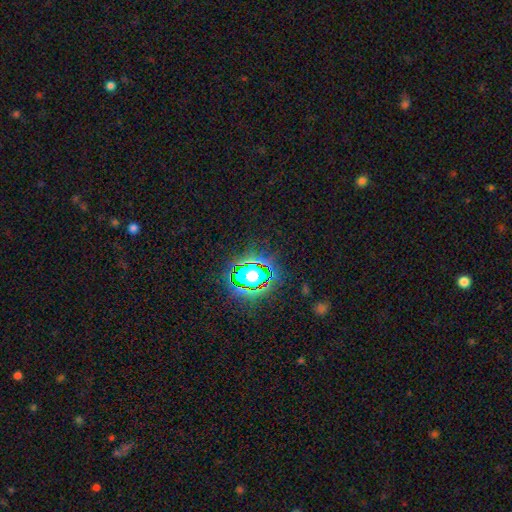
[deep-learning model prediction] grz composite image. It shows a star or artifact, not a galaxy (79%).